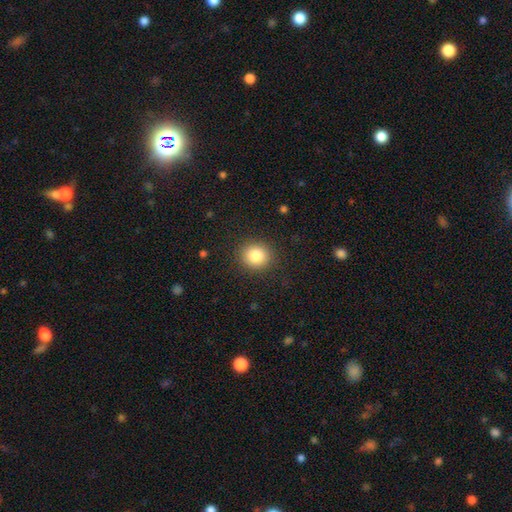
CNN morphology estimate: A smooth galaxy with no disk features (84%) that is round (84%). Merging: none (89%).